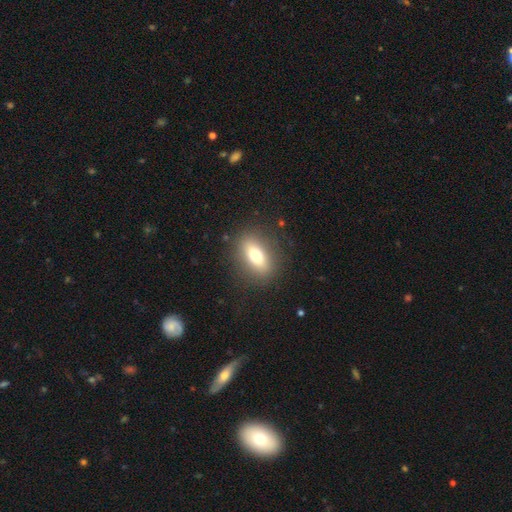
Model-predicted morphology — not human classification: Overall: smooth (70%). How rounded: in between (75%). Merging: none (85%).